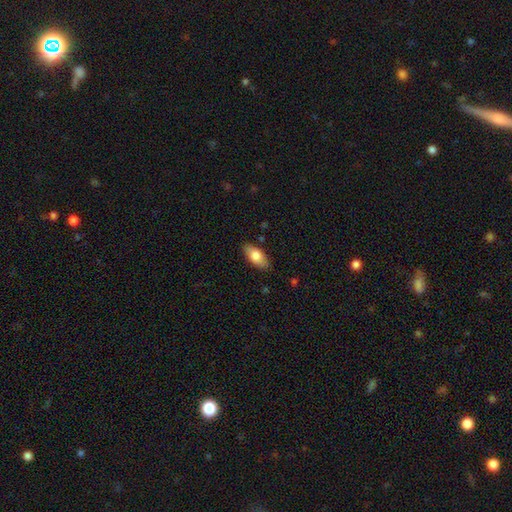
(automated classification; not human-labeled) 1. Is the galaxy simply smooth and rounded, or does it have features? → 78% smooth, 16% featured or disk, 6% star or artifact.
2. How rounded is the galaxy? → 89% in between, 8% cigar-shaped, 3% round.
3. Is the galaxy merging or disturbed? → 84% none, 12% minor disturbance, 2% major disturbance, 1% merger.